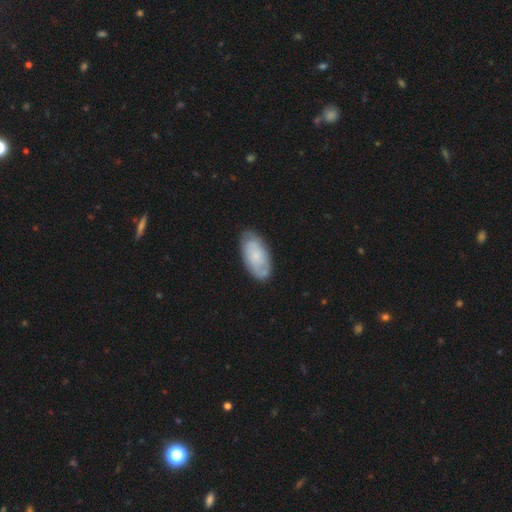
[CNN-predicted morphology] This appears to be a smooth galaxy with no disk features (54%) that is in between round and cigar-shaped (92%). Merging: none (77%).